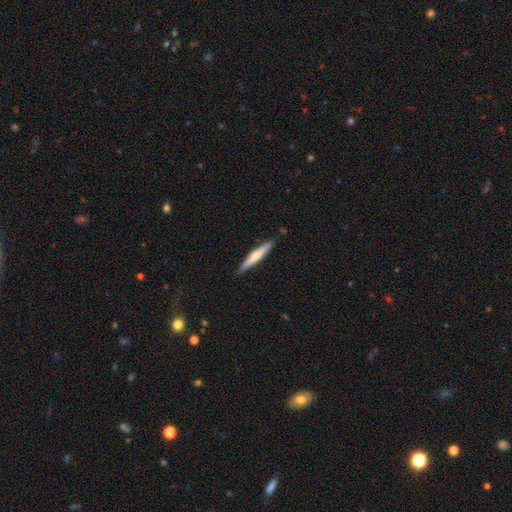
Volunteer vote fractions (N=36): This appears to be a featured or disk galaxy (69%) viewed edge-on (100%) with a rounded central bulge (76%). Merging: none (83%).